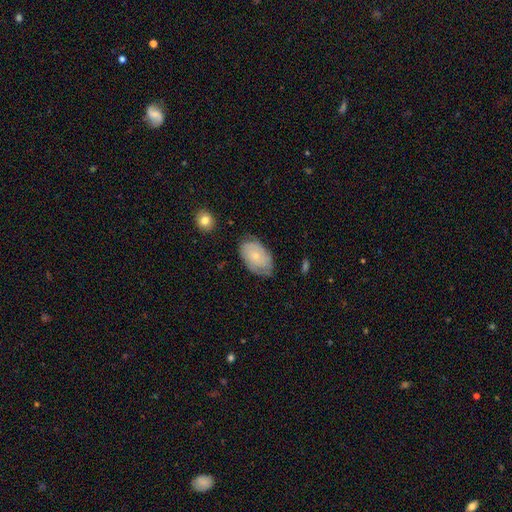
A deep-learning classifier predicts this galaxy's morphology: Smooth or featured?
  - smooth: 47% *
  - featured or disk: 46%
  - star or artifact: 7%
Merging?
  - none: 67% *
  - minor disturbance: 25%
  - major disturbance: 6%
  - merger: 2%